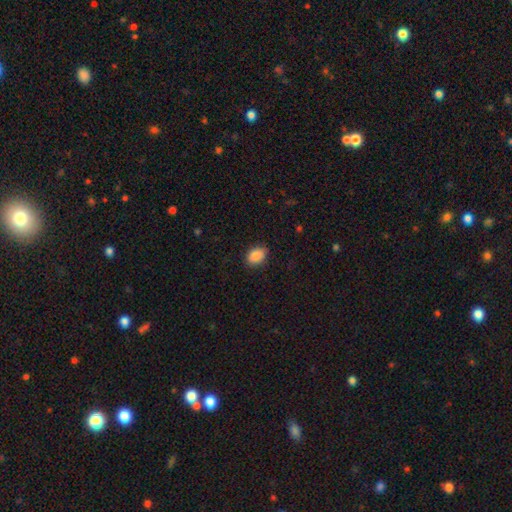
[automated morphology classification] smooth-or-featured: smooth: 89% | star or artifact: 8% | featured or disk: 4%
  how-rounded: in between: 77% | round: 21% | cigar-shaped: 1%
  merging: none: 84% | minor disturbance: 13% | major disturbance: 3% | merger: 1%